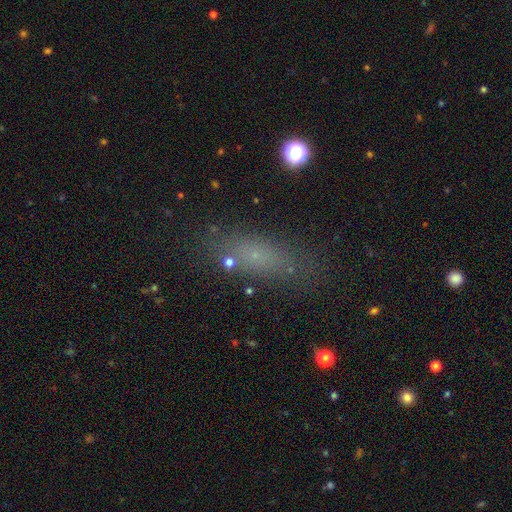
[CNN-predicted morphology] Overall: smooth (62%; star or artifact 22%). How rounded: in between (52%; cigar-shaped 42%). Merging: none (75%).